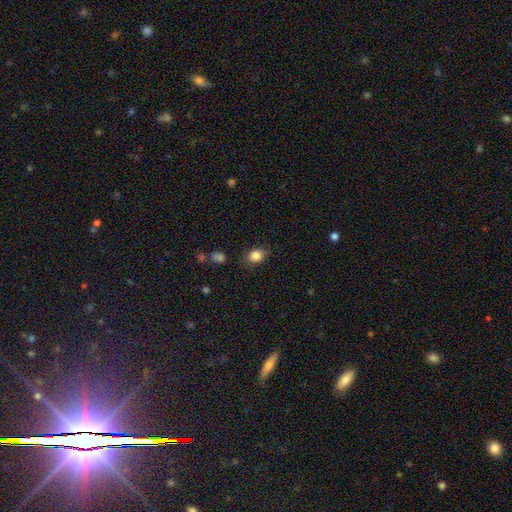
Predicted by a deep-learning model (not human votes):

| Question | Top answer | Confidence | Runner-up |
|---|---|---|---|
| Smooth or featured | smooth | 85% | star or artifact (10%) |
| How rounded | in between | 51% | round (47%) |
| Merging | none | 79% | minor disturbance (15%) |